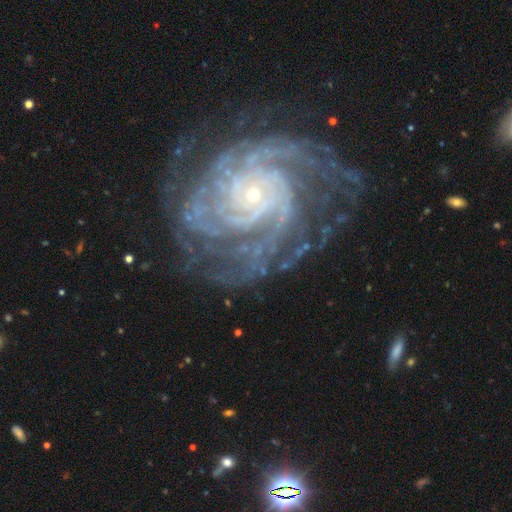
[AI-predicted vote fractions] smooth_or_featured: featured or disk (p=0.90) [alt: star or artifact p=0.07]
disk_edge_on: no (p=0.98) [alt: yes p=0.02]
bar: no (p=0.75) [alt: weak p=0.17]
has_spiral_arms: yes (p=0.98) [alt: no p=0.02]
spiral_winding: tight (p=0.74) [alt: medium p=0.22]
spiral_arm_count: more than 4 (p=0.21) [tied with: 4 p=0.21]
bulge_size: small (p=0.83) [alt: moderate p=0.13]
merging: none (p=0.69) [alt: minor disturbance p=0.17]